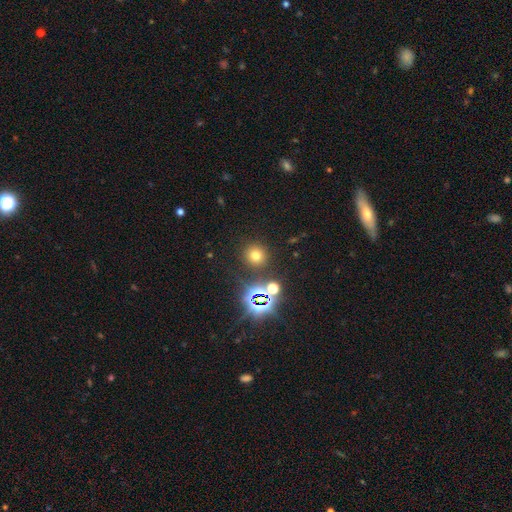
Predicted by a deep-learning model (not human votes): Smooth or featured?
  - smooth: 65% *
  - star or artifact: 27%
  - featured or disk: 8%
How rounded?
  - round: 92% *
  - in between: 7%
  - cigar-shaped: 1%
Merging?
  - none: 86% *
  - minor disturbance: 7%
  - merger: 4%
  - major disturbance: 3%